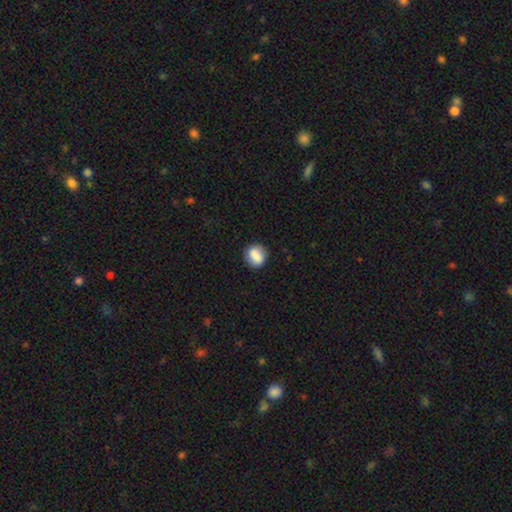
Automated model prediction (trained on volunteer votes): smooth 85%, star or artifact 8%, featured or disk 7%. Down the decision tree: how rounded — round (61%); merging — none (84%).